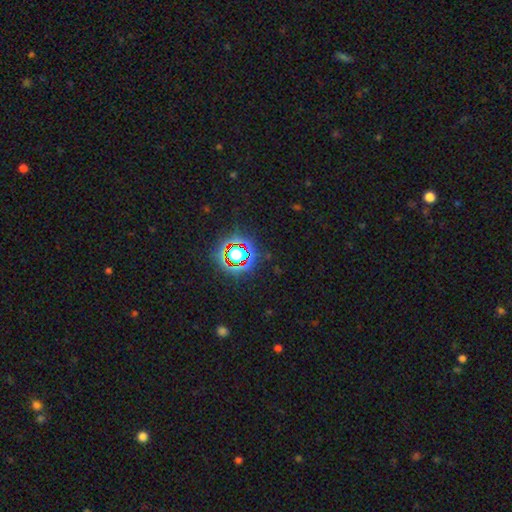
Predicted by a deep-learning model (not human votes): smooth-or-featured: star or artifact: 80% | smooth: 12% | featured or disk: 9%